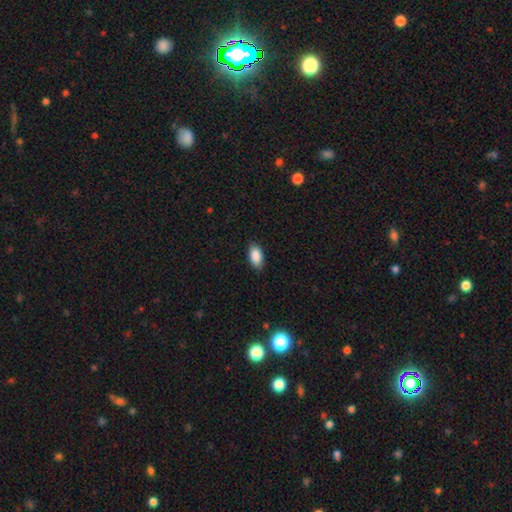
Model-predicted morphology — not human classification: Smooth or featured? smooth (89%)
How rounded? in between (94%)
Merging? none (87%)